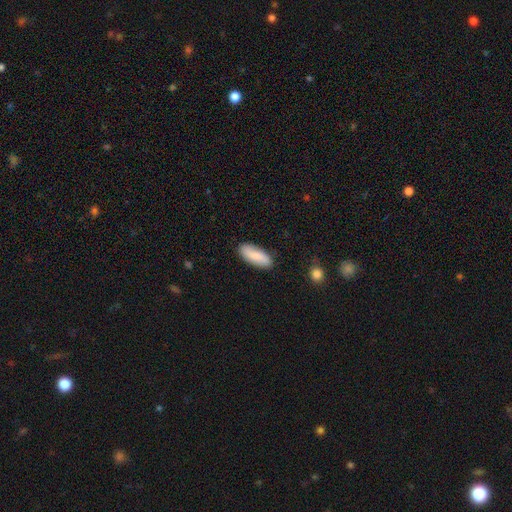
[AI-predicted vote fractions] Q: Smooth or featured?
A: smooth (79%); runner-up: featured or disk (16%)
Q: How rounded?
A: in between (73%); runner-up: cigar-shaped (25%)
Q: Merging?
A: none (86%); runner-up: minor disturbance (10%)